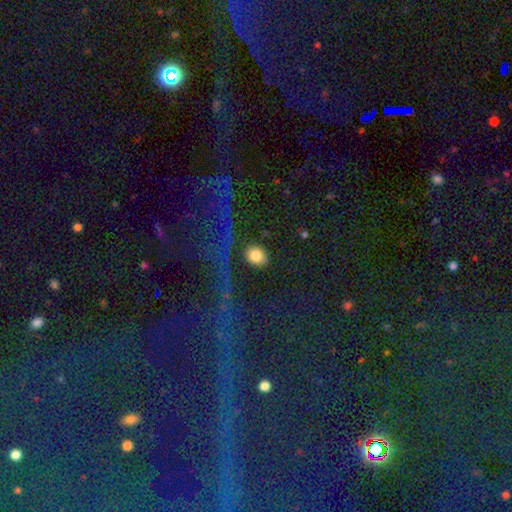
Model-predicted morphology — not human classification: Overall: smooth (81%). How rounded: round (62%; in between 36%). Merging: none (85%).